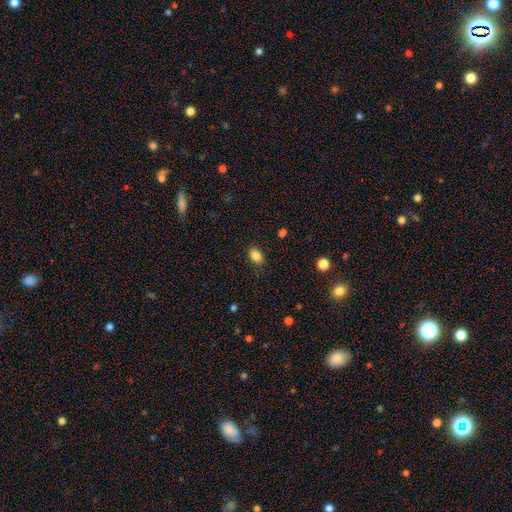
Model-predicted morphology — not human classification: Smooth or featured? smooth (86%)
How rounded? in between (75%)
Merging? none (84%)